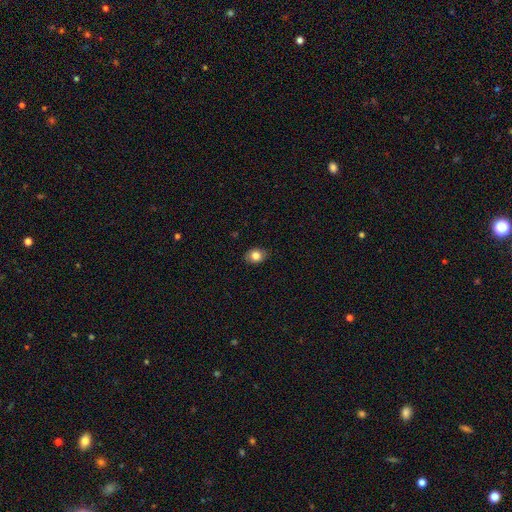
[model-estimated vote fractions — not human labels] smooth 82%, star or artifact 9%, featured or disk 9%. Down the decision tree: how rounded — in between (60%); merging — none (85%).